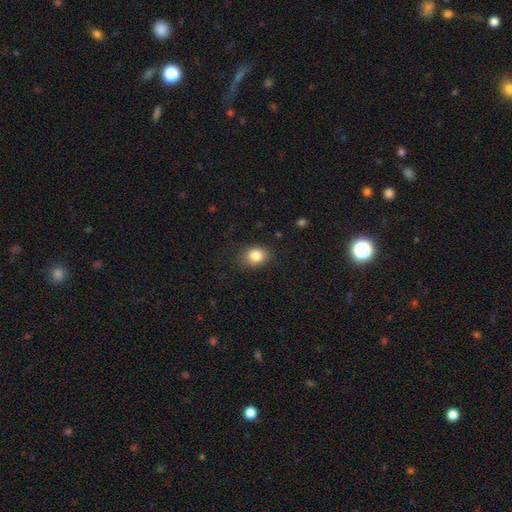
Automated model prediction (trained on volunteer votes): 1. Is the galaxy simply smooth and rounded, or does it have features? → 84% smooth, 10% star or artifact, 6% featured or disk.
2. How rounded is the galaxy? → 55% round, 45% in between, 1% cigar-shaped.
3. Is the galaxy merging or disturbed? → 83% none, 13% minor disturbance, 3% major disturbance, 1% merger.